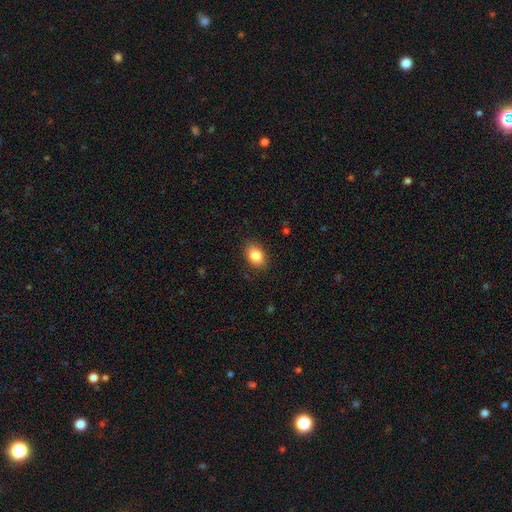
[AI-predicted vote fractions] This is clearly a smooth galaxy (85%). How rounded: likely in between (79%). Merging: clearly none (87%).